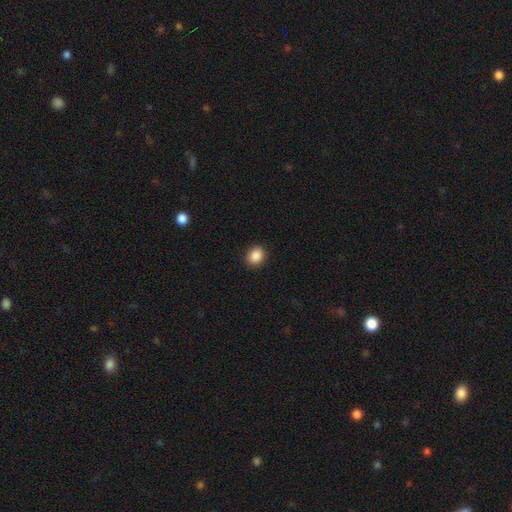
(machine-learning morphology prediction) Smooth or featured? smooth (88%)
How rounded? round (60%)
Merging? none (90%)